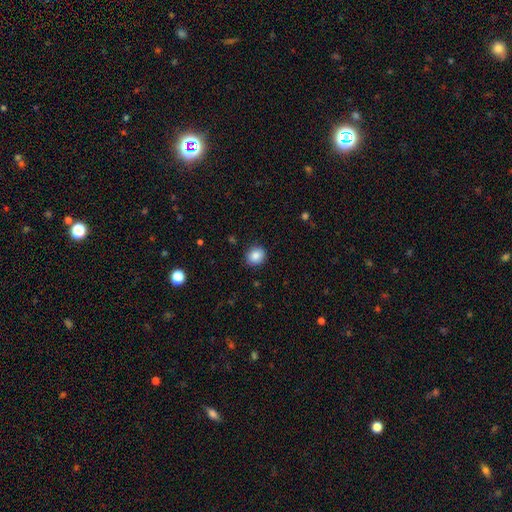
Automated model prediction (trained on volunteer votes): Smooth or featured?
  - smooth: 86% *
  - star or artifact: 9%
  - featured or disk: 5%
How rounded?
  - round: 76% *
  - in between: 23%
  - cigar-shaped: 1%
Merging?
  - none: 88% *
  - minor disturbance: 9%
  - major disturbance: 2%
  - merger: 1%